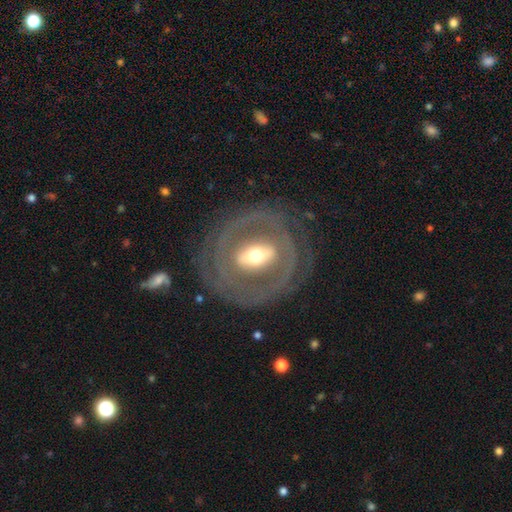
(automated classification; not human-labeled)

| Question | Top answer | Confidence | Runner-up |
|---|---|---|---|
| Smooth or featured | featured or disk | 76% | smooth (18%) |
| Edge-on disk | no | 92% | yes (8%) |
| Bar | strong | 49% | weak (27%) |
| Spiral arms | no | 54% | yes (46%) |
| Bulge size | moderate | 58% | small (25%) |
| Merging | none | 77% | minor disturbance (12%) |